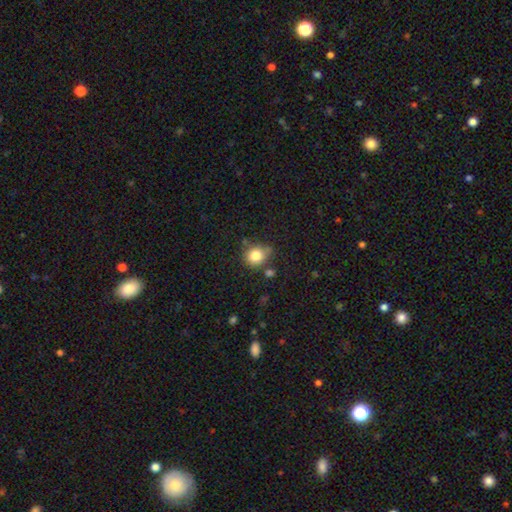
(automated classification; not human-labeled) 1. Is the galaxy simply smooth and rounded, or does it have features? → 82% smooth, 10% star or artifact, 8% featured or disk.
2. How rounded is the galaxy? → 77% round, 22% in between, 1% cigar-shaped.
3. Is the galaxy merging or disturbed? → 68% none, 19% minor disturbance, 8% merger, 5% major disturbance.